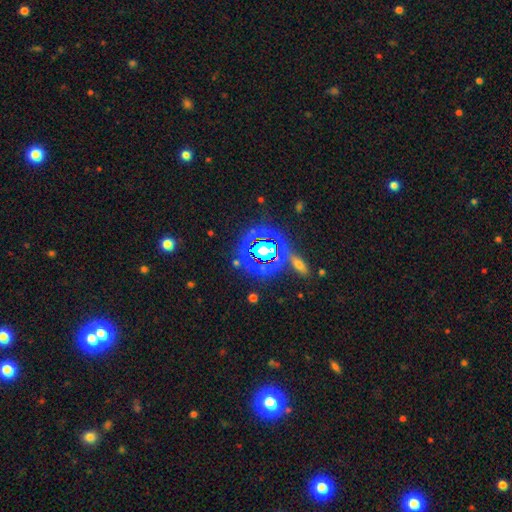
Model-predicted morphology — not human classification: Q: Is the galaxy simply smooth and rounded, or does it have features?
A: star or artifact — 81%.